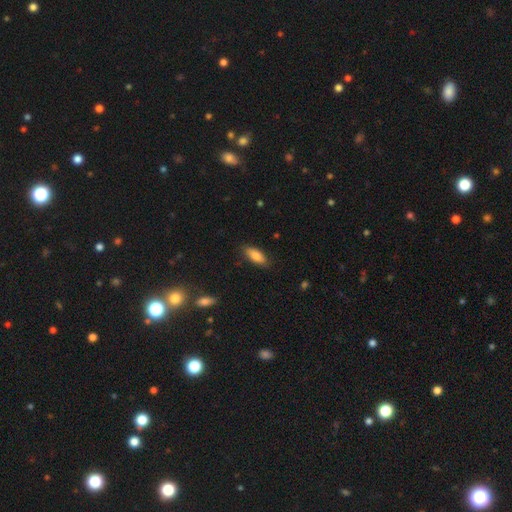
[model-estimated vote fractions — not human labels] smooth_or_featured: smooth (p=0.82) [alt: featured or disk p=0.11]
how_rounded: in between (p=0.77) [alt: cigar-shaped p=0.21]
merging: none (p=0.85) [alt: minor disturbance p=0.12]